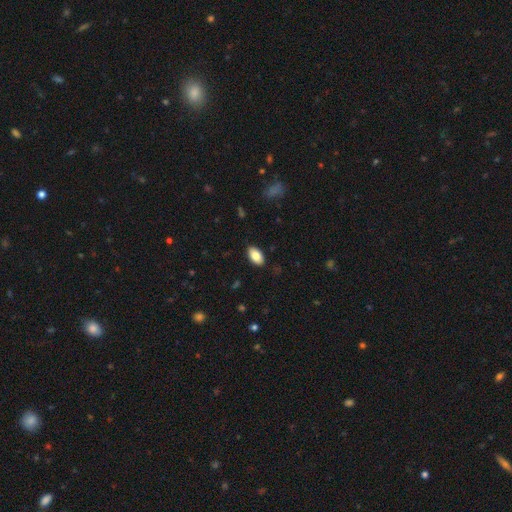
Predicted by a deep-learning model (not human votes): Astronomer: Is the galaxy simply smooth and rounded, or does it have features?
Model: smooth — 83%.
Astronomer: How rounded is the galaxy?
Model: in between — 94%.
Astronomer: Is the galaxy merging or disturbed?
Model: none — 88%.